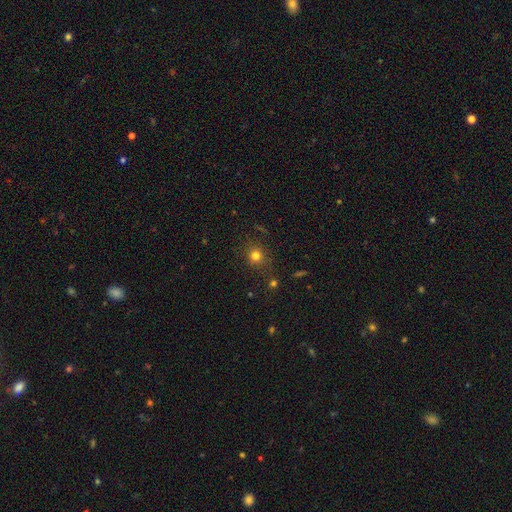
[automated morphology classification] Q: Smooth or featured?
A: smooth (76%); runner-up: star or artifact (17%)
Q: How rounded?
A: round (88%); runner-up: in between (11%)
Q: Merging?
A: none (81%); runner-up: minor disturbance (11%)